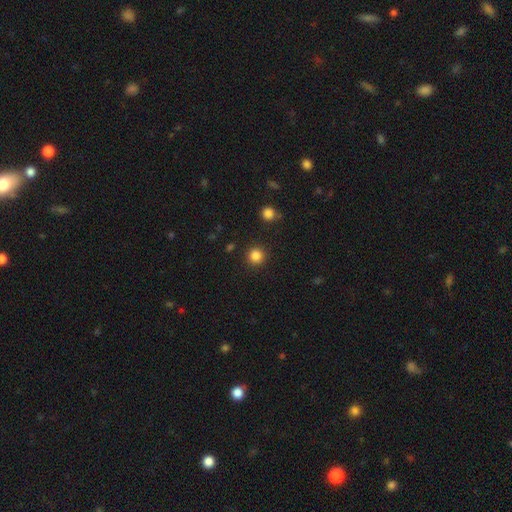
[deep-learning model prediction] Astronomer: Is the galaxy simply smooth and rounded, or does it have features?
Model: smooth — 84%.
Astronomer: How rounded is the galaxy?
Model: round — 95%.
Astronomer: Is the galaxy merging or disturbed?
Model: none — 91%.